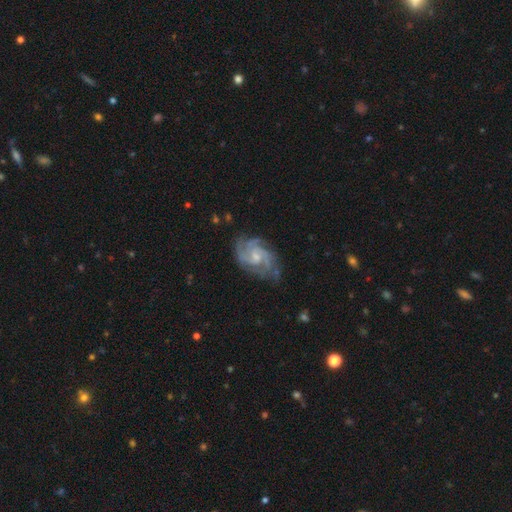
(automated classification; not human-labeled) smooth_or_featured: featured or disk (p=0.89) [alt: smooth p=0.06]
disk_edge_on: no (p=0.98) [alt: yes p=0.02]
bar: no (p=0.51) [alt: weak p=0.43]
has_spiral_arms: yes (p=0.97) [alt: no p=0.03]
spiral_winding: tight (p=0.48) [alt: medium p=0.44]
spiral_arm_count: 3 (p=0.31) [alt: 2 p=0.29]
bulge_size: small (p=0.50) [alt: moderate p=0.40]
merging: none (p=0.68) [alt: minor disturbance p=0.22]